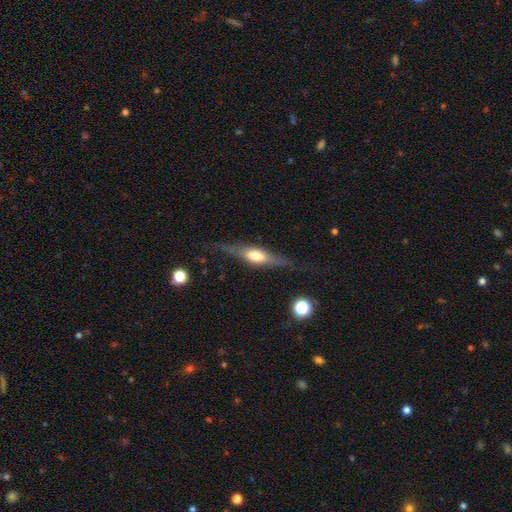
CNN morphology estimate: Smooth or featured? Predicted: featured or disk (p=0.59). Edge-on disk? Predicted: yes (p=0.91). Edge-on bulge? Predicted: rounded (p=0.77). Merging? Predicted: none (p=0.75).